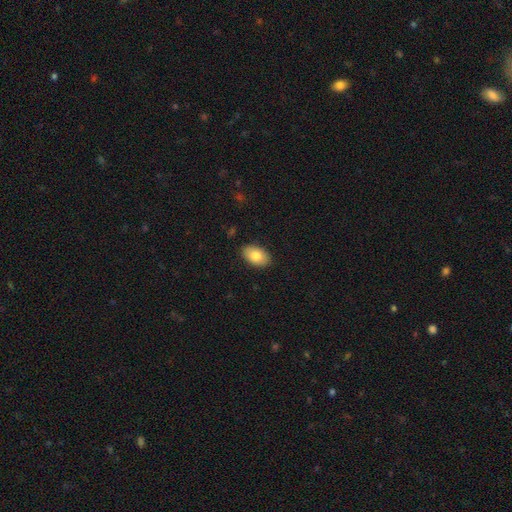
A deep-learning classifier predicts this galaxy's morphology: Overall: smooth (82%). How rounded: in between (91%). Merging: none (88%).